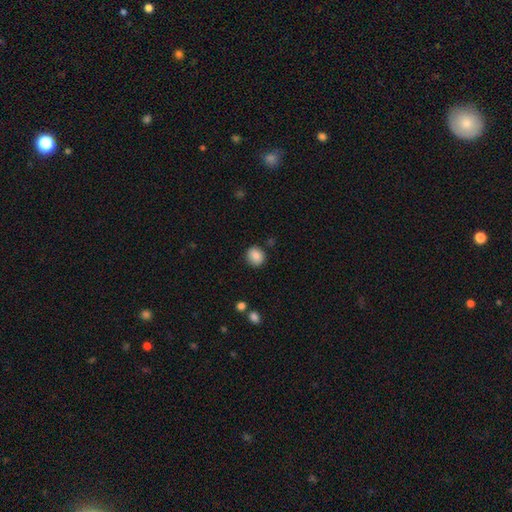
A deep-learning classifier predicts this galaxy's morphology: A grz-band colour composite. It shows a smooth galaxy with no disk features (85%) that is round (83%). Merging: none (86%).